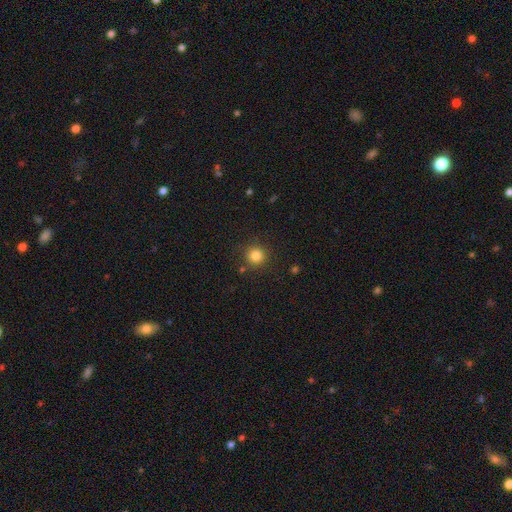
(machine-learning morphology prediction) Smooth or featured? smooth (83%)
How rounded? round (94%)
Merging? none (87%)